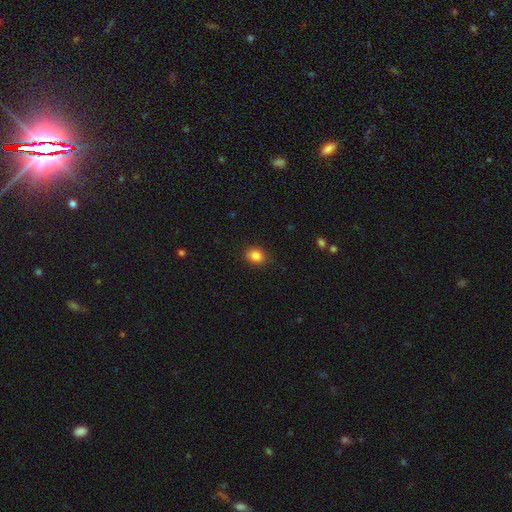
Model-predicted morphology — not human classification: Smooth or featured? Predicted: smooth (p=0.85). How rounded? Predicted: in between (p=0.53). Merging? Predicted: none (p=0.86).